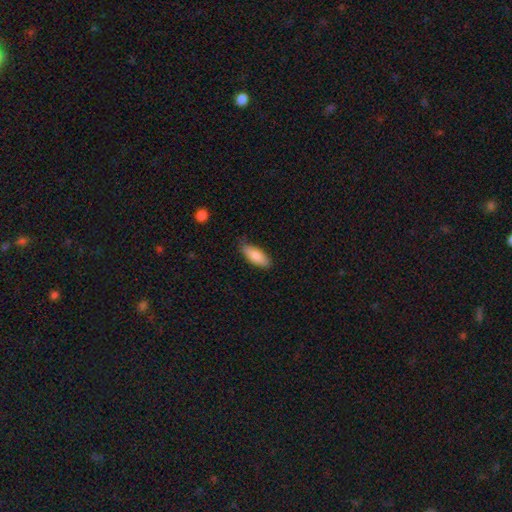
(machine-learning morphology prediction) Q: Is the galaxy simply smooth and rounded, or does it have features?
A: smooth — 85%.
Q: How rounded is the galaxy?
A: in between — 76%.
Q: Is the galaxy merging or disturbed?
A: none — 77%.